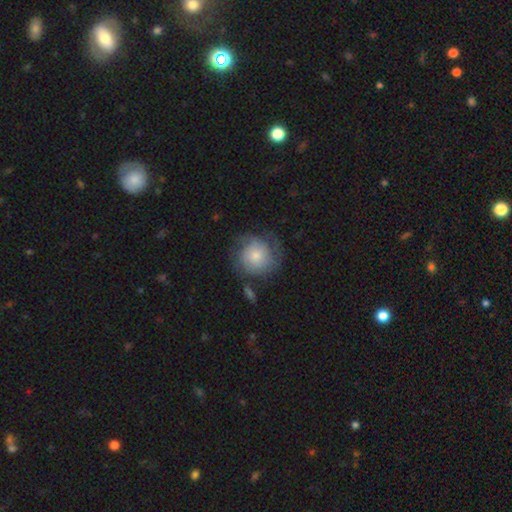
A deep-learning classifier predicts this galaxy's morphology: Smooth or featured?
  - smooth: 58% *
  - featured or disk: 36%
  - star or artifact: 7%
How rounded?
  - round: 89% *
  - in between: 10%
  - cigar-shaped: 1%
Merging?
  - none: 59% *
  - minor disturbance: 23%
  - major disturbance: 14%
  - merger: 4%